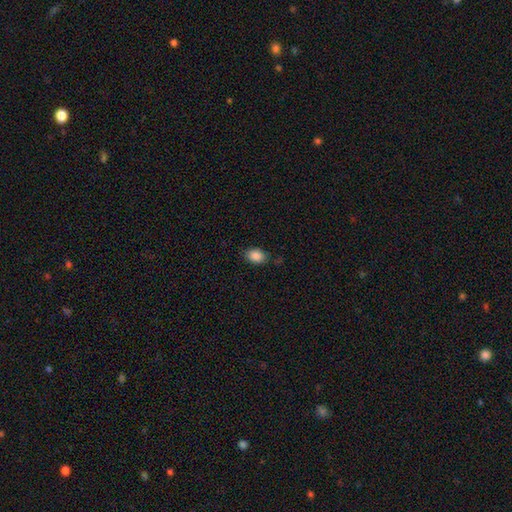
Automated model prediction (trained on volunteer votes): Smooth or featured?
  - smooth: 87% *
  - star or artifact: 9%
  - featured or disk: 4%
How rounded?
  - in between: 80% *
  - round: 19%
  - cigar-shaped: 1%
Merging?
  - none: 79% *
  - minor disturbance: 16%
  - major disturbance: 3%
  - merger: 2%